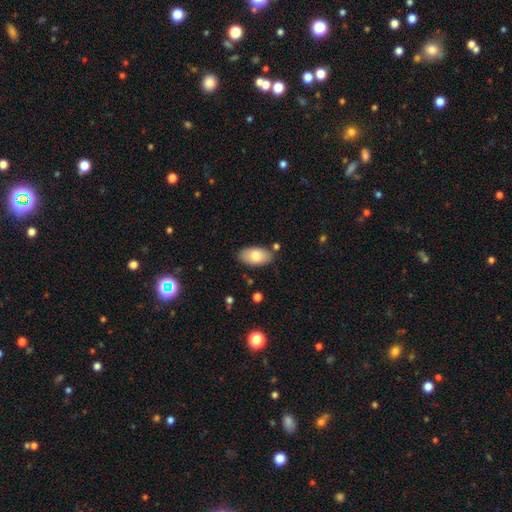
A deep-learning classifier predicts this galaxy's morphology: A smooth galaxy with no disk features (76%) that is in between round and cigar-shaped (95%).

Vote fractions:
- Smooth or featured? smooth: 76% / featured or disk: 17% / star or artifact: 6%
- How rounded? in between: 95% / round: 3% / cigar-shaped: 2%
- Merging? none: 82% / minor disturbance: 12% / merger: 3% / major disturbance: 2%